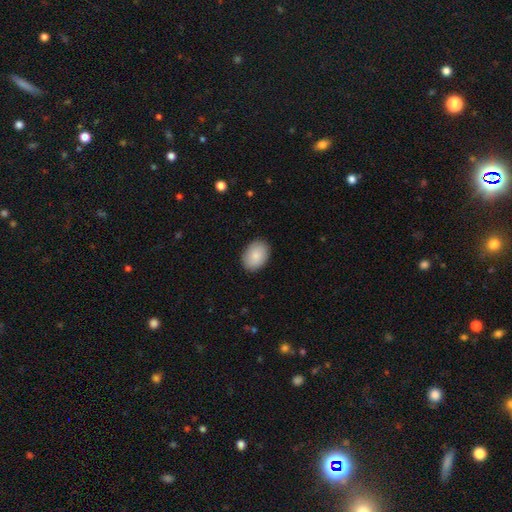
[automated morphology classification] Smooth or featured? smooth (88%)
How rounded? in between (82%)
Merging? none (89%)